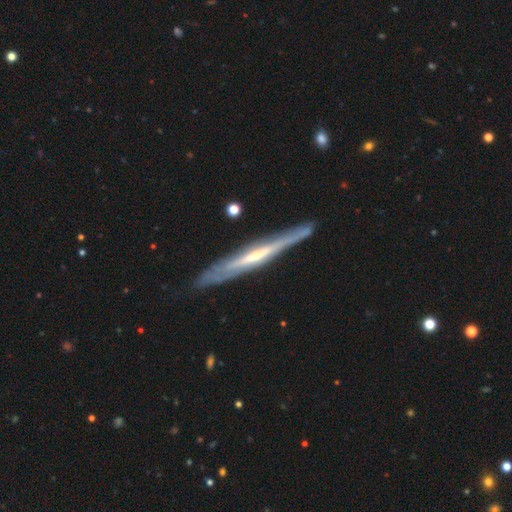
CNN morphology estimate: featured or disk 77%, smooth 17%, star or artifact 6%. Down the decision tree: edge-on disk — yes (91%); edge-on bulge — rounded (46%, tied with none); merging — none (81%).